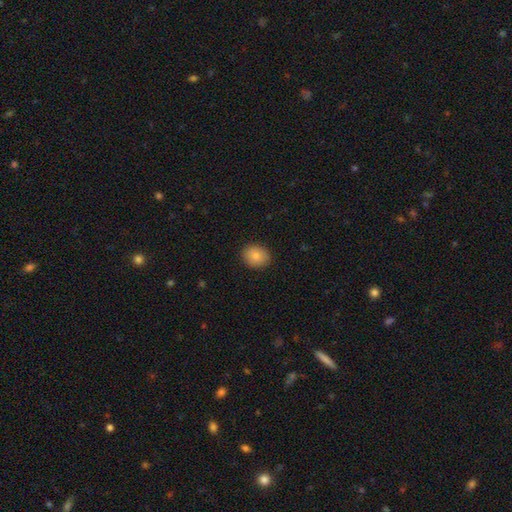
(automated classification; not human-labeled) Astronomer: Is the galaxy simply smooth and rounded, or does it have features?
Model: smooth — 85%.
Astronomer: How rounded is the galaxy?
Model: round — 60% (runner-up: in between, 39%).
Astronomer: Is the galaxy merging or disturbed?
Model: none — 90%.